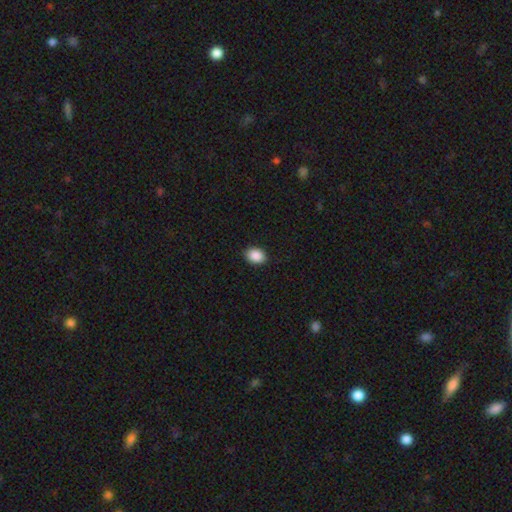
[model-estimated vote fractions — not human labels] Q: Smooth or featured?
A: smooth (89%); runner-up: star or artifact (8%)
Q: How rounded?
A: in between (71%); runner-up: round (28%)
Q: Merging?
A: none (90%); runner-up: minor disturbance (7%)